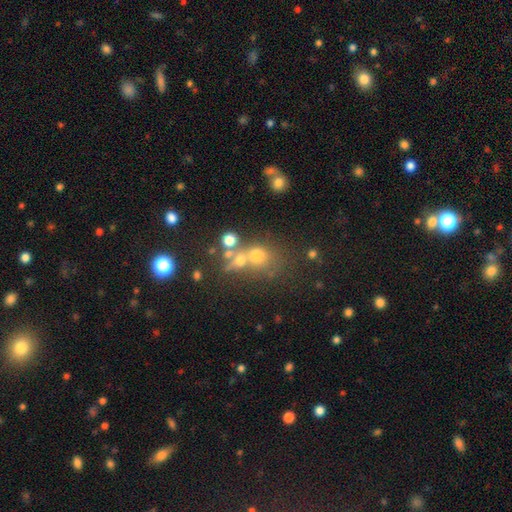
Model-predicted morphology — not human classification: A smooth galaxy with no disk features (57%) that is round (70%).

Vote fractions:
- Smooth or featured? smooth: 57% / star or artifact: 24% / featured or disk: 18%
- How rounded? round: 70% / in between: 28% / cigar-shaped: 2%
- Merging? none: 40% (tied) / merger: 40% (tied) / minor disturbance: 11% / major disturbance: 9%